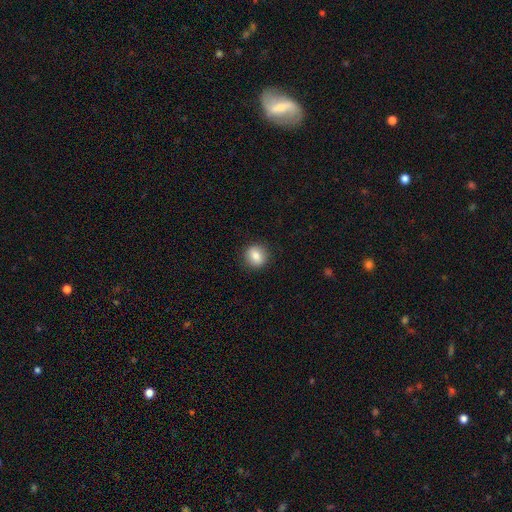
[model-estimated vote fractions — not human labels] Smooth or featured? Predicted: smooth (p=0.81). How rounded? Predicted: round (p=0.78). Merging? Predicted: none (p=0.89).